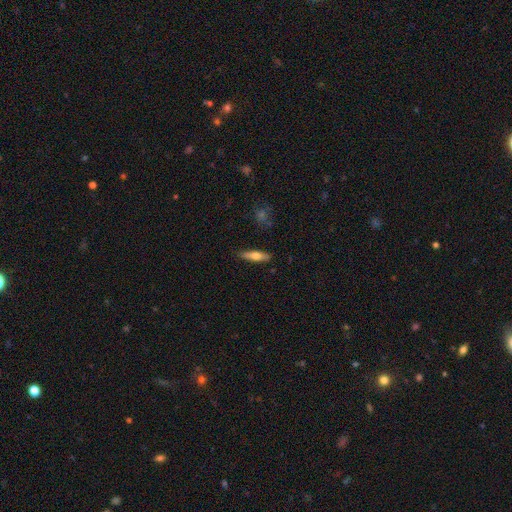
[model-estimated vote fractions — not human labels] smooth_or_featured: smooth (p=0.60) [alt: featured or disk p=0.34]
how_rounded: cigar-shaped (p=0.67) [alt: in between p=0.30]
merging: none (p=0.87) [alt: minor disturbance p=0.10]